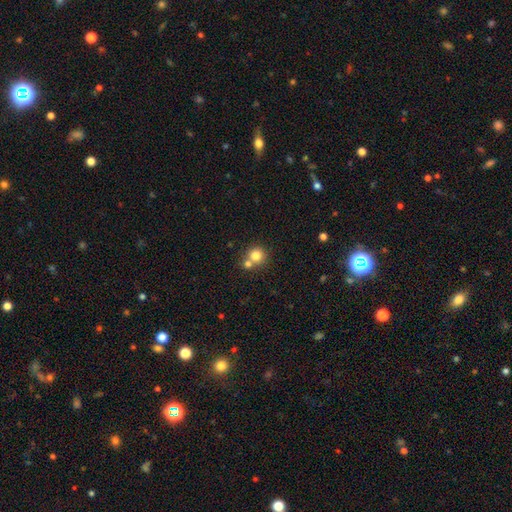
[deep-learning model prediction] Q: Smooth or featured?
A: smooth (79%); runner-up: star or artifact (12%)
Q: How rounded?
A: round (91%); runner-up: in between (8%)
Q: Merging?
A: none (54%); runner-up: merger (37%)